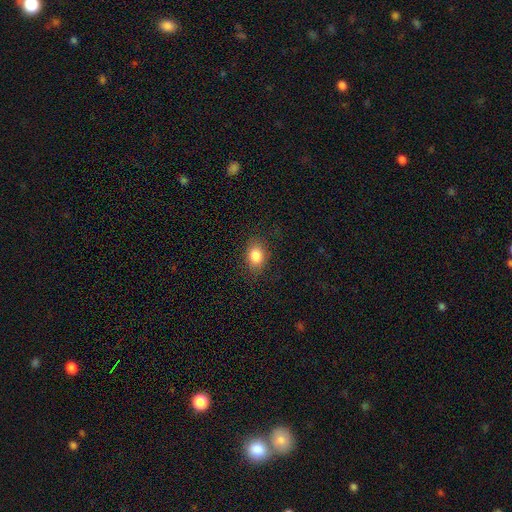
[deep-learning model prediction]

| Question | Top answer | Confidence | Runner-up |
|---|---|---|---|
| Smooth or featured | smooth | 84% | star or artifact (9%) |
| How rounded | in between | 72% | round (26%) |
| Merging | none | 84% | minor disturbance (11%) |